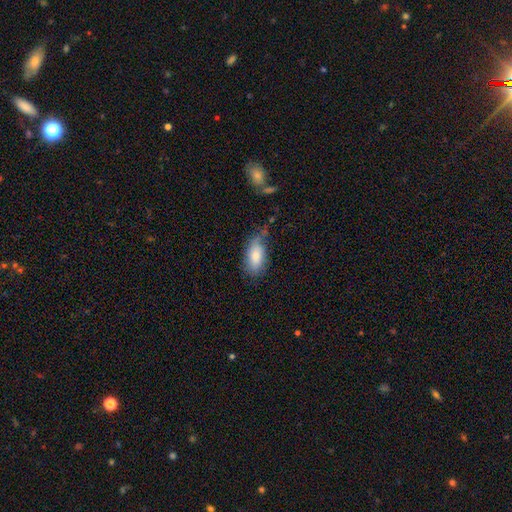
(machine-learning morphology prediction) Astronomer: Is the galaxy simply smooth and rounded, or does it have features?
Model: smooth — 78%.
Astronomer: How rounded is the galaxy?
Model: in between — 92%.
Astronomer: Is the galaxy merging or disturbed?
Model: none — 52% (runner-up: minor disturbance, 32%).